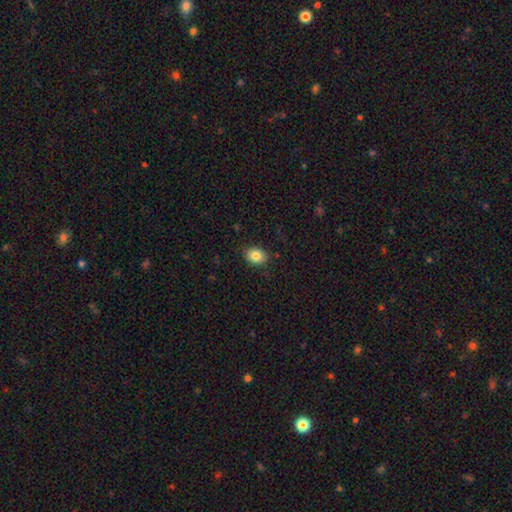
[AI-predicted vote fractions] This appears to be a smooth galaxy with no disk features (83%) that is in between round and cigar-shaped (62%). Merging: none (87%).